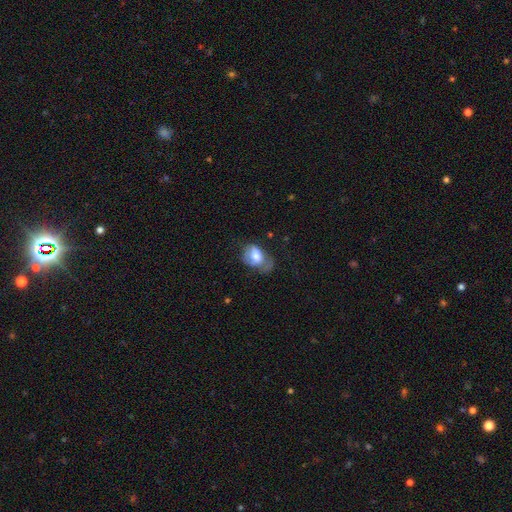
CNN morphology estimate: This appears to be a smooth galaxy with no disk features (62%) that is in between round and cigar-shaped (81%). Merging: major disturbance (41%).